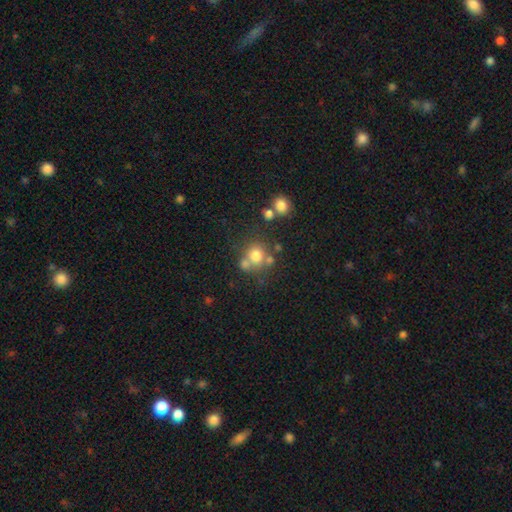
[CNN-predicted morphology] Smooth or featured?
  - smooth: 73% *
  - star or artifact: 14%
  - featured or disk: 13%
How rounded?
  - round: 85% *
  - in between: 14%
  - cigar-shaped: 1%
Merging?
  - none: 57% *
  - merger: 27%
  - minor disturbance: 11%
  - major disturbance: 6%